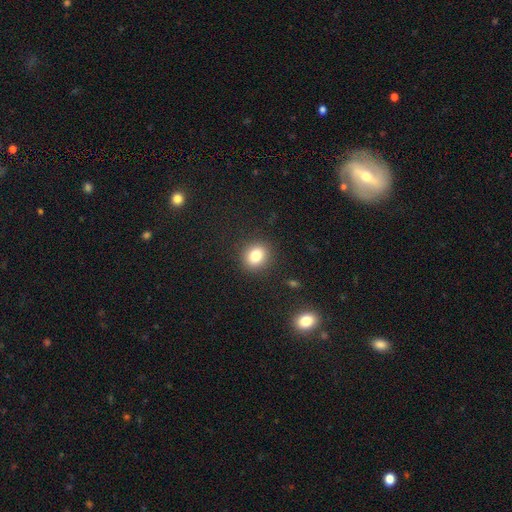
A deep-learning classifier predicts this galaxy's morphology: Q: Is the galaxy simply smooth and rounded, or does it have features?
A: smooth — 81%.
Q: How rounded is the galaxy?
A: round — 75%.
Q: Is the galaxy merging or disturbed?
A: none — 90%.